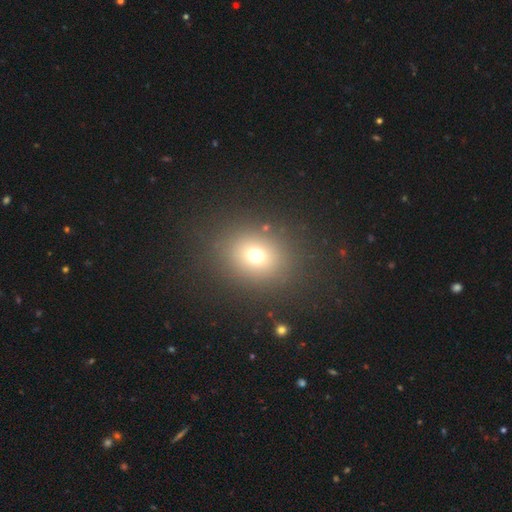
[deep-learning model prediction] Smooth or featured: smooth — 70% (star or artifact — 20%)
How rounded: round — 72% (in between — 27%)
Merging: none — 85% (minor disturbance — 8%)